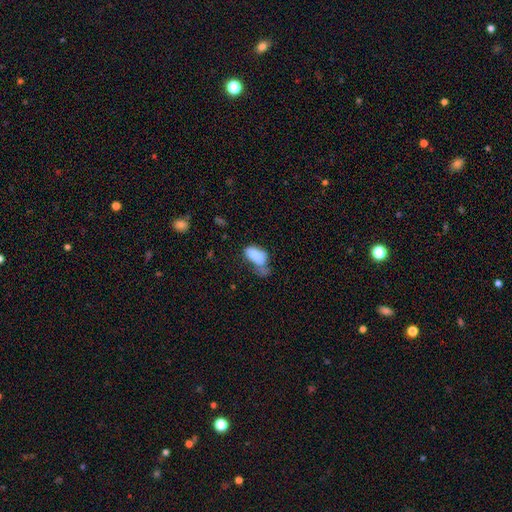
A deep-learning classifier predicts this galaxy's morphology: Overall: smooth (81%). How rounded: in between (92%). Merging: major disturbance (29%; minor disturbance 28%).